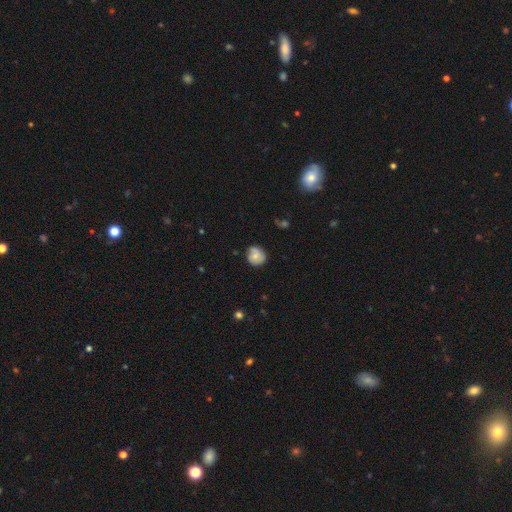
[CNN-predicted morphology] A smooth galaxy with no disk features (59%) that is round (81%). Merging: none (69%).